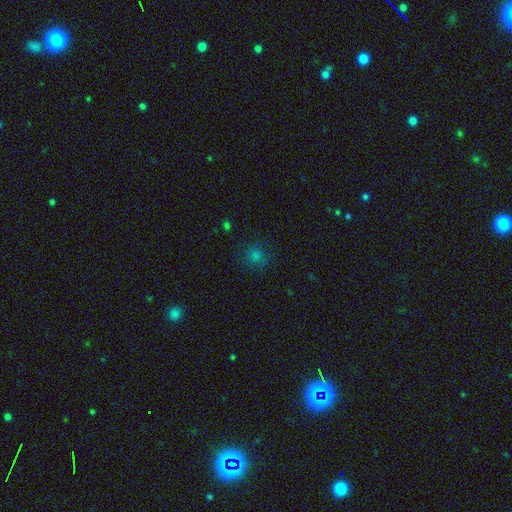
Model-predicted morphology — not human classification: A smooth galaxy with no disk features (65%) that is round (90%). Merging: none (87%).